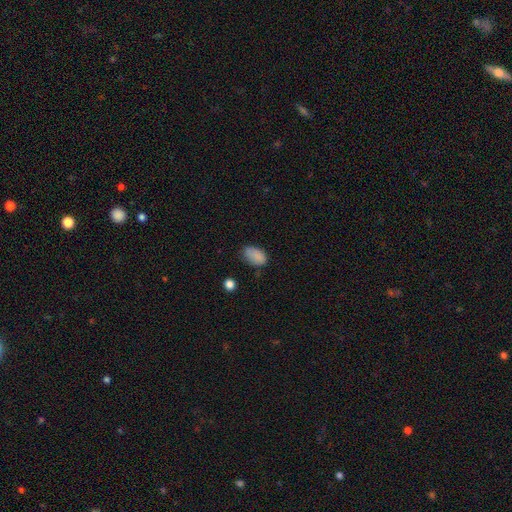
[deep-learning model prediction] A smooth galaxy with no disk features (85%) that is in between round and cigar-shaped (91%).

Vote fractions:
- Smooth or featured? smooth: 85% / star or artifact: 9% / featured or disk: 6%
- How rounded? in between: 91% / round: 8% / cigar-shaped: 2%
- Merging? none: 64% / minor disturbance: 26% / major disturbance: 7% / merger: 3%